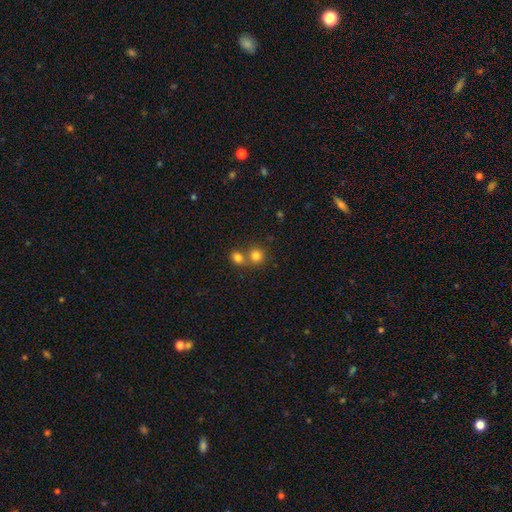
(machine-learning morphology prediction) Smooth or featured? Predicted: smooth (p=0.80). How rounded? Predicted: round (p=0.86). Merging? Predicted: none (p=0.48).